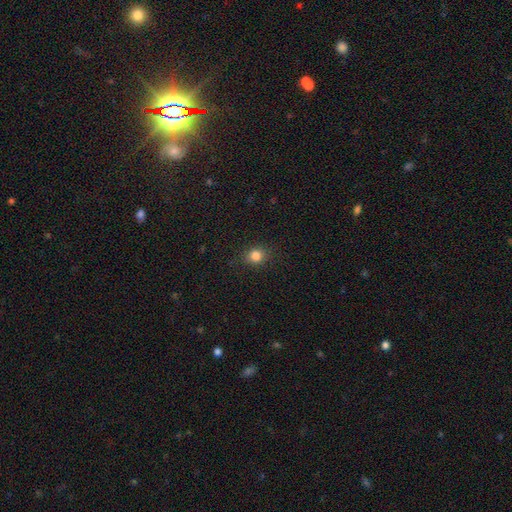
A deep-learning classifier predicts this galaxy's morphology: Q: Smooth or featured?
A: smooth (83%); runner-up: star or artifact (12%)
Q: How rounded?
A: round (75%); runner-up: in between (24%)
Q: Merging?
A: none (87%); runner-up: minor disturbance (9%)